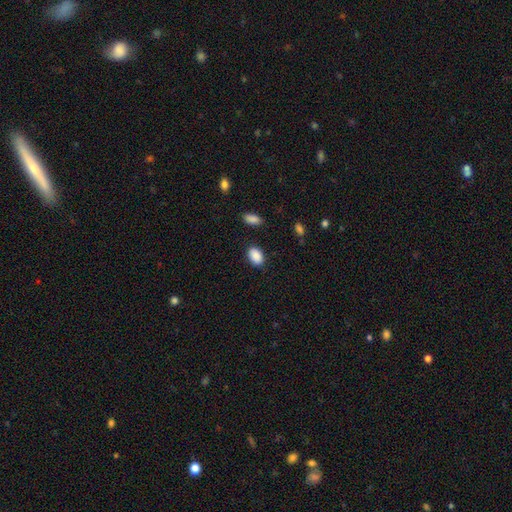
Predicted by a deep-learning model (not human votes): Smooth or featured?
  - smooth: 90% *
  - star or artifact: 7%
  - featured or disk: 3%
How rounded?
  - in between: 86% *
  - round: 13%
  - cigar-shaped: 1%
Merging?
  - none: 86% *
  - minor disturbance: 10%
  - major disturbance: 3%
  - merger: 2%